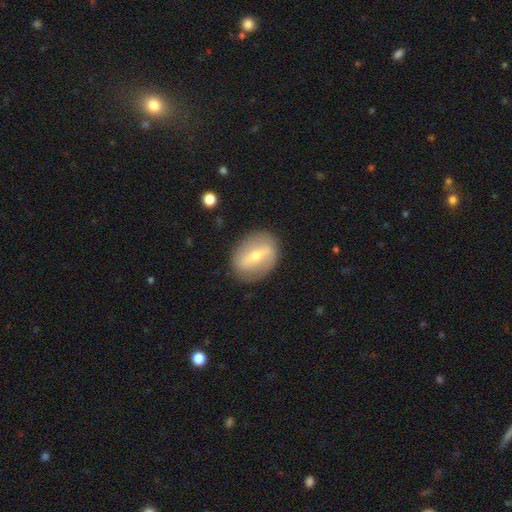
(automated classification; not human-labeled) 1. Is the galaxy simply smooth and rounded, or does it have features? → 62% featured or disk, 32% smooth, 7% star or artifact.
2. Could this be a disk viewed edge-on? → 88% no, 12% yes.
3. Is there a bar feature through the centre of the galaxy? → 61% strong, 27% weak, 12% no.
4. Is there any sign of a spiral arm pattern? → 66% no, 34% yes.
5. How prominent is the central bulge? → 50% moderate, 46% small, 2% large, 1% none, 1% dominant.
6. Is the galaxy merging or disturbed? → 84% none, 11% minor disturbance, 4% major disturbance, 1% merger.